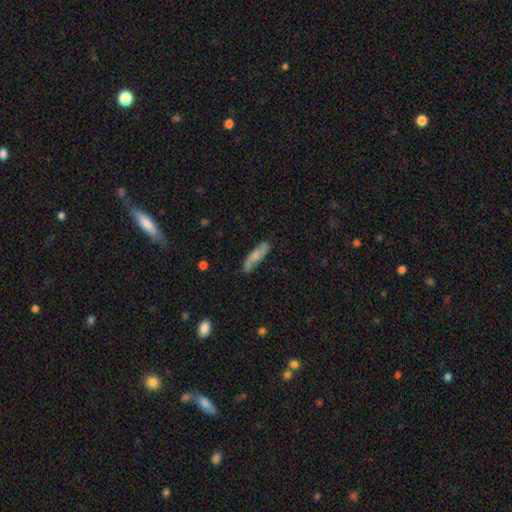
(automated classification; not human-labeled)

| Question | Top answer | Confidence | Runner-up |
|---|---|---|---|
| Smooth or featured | smooth | 53% | featured or disk (41%) |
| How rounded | cigar-shaped | 69% | in between (29%) |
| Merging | none | 80% | minor disturbance (16%) |